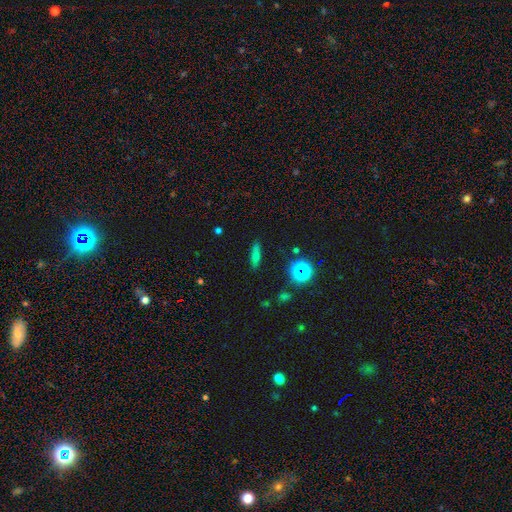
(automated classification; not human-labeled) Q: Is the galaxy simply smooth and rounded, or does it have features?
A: smooth — 68%.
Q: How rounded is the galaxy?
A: cigar-shaped — 70%.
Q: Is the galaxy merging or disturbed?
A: none — 84%.